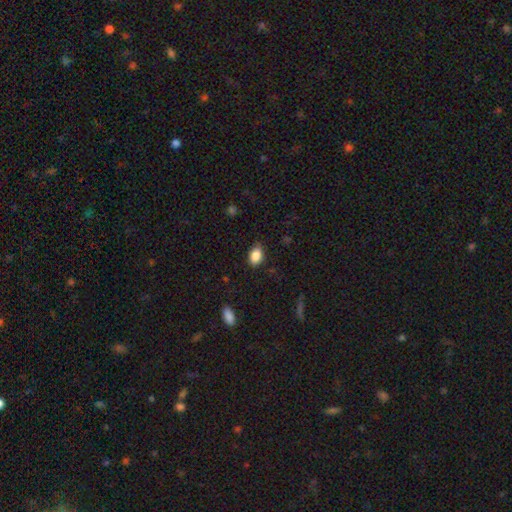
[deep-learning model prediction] smooth-or-featured: smooth: 87% | star or artifact: 8% | featured or disk: 5%
  how-rounded: in between: 84% | round: 14% | cigar-shaped: 2%
  merging: none: 76% | minor disturbance: 20% | major disturbance: 3% | merger: 1%